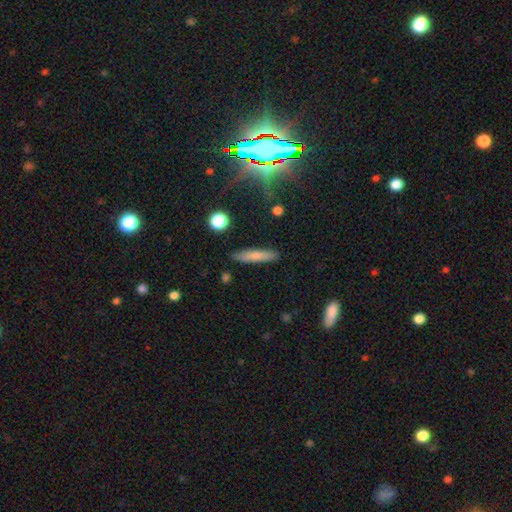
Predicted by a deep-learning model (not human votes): A smooth galaxy with no disk features (72%) that is cigar-shaped (87%). Merging: none (88%).